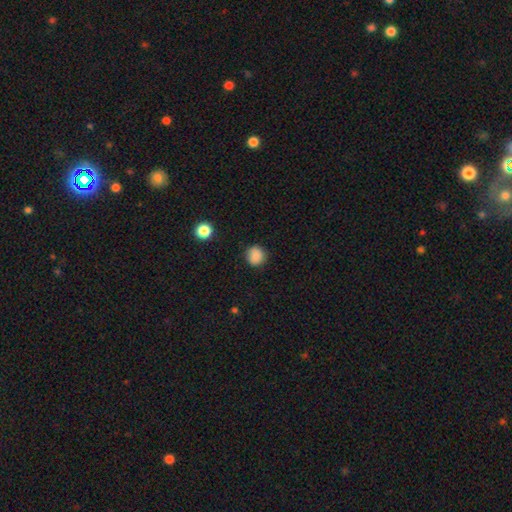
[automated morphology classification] This is clearly a smooth galaxy (87%). How rounded: clearly round (88%). Merging: clearly none (85%).